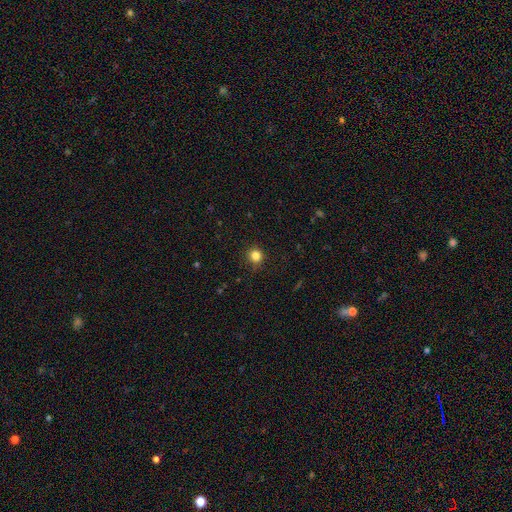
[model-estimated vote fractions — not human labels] smooth-or-featured: smooth: 83% | star or artifact: 13% | featured or disk: 5%
  how-rounded: round: 92% | in between: 7% | cigar-shaped: 1%
  merging: none: 89% | minor disturbance: 8% | major disturbance: 2% | merger: 1%